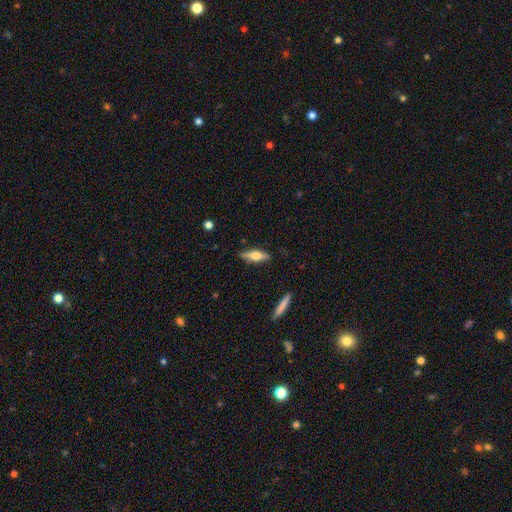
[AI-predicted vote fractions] Smooth or featured?
  - smooth: 48% *
  - featured or disk: 46%
  - star or artifact: 6%
Merging?
  - none: 86% *
  - minor disturbance: 10%
  - major disturbance: 2%
  - merger: 2%